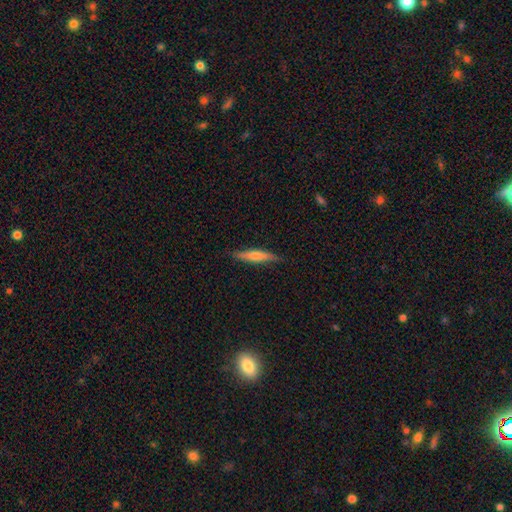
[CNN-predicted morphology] This appears to be a featured or disk galaxy (50%). Merging: none (87%).